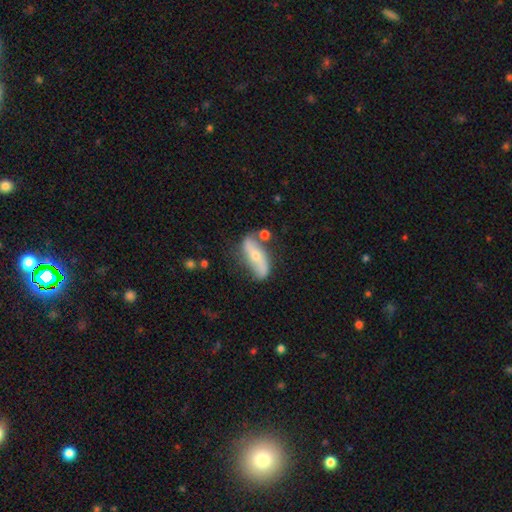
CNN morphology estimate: featured or disk 69%, smooth 24%, star or artifact 6%. Down the decision tree: edge-on disk — no (77%); bar — no (49%); spiral arms — yes (81%); bulge size — small (53%); merging — none (68%).